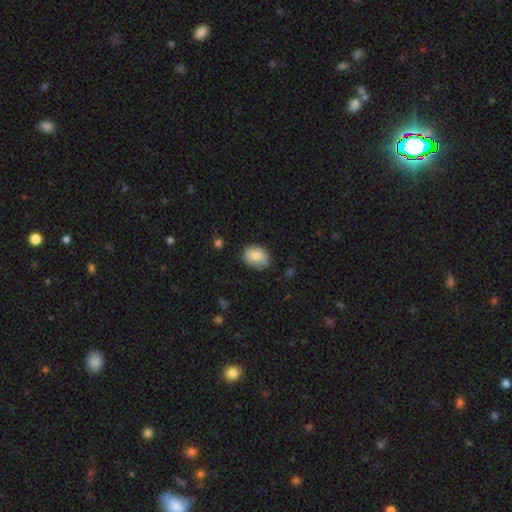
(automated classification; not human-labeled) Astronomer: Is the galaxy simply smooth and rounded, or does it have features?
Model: smooth — 80%.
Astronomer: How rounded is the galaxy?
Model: in between — 64%.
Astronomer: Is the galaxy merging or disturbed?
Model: none — 77%.